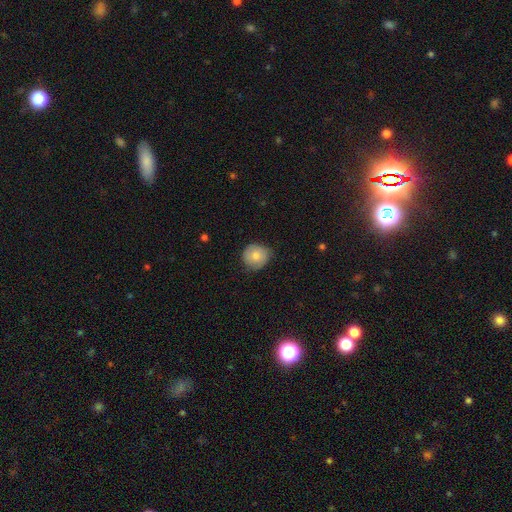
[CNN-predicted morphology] A smooth galaxy with no disk features (77%) that is round (87%). Merging: none (72%).